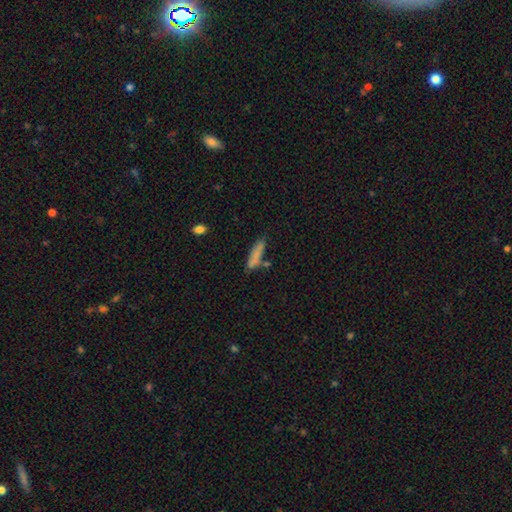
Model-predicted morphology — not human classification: This is likely a smooth galaxy (80%). How rounded: likely cigar-shaped (78%). Merging: likely none (68%).